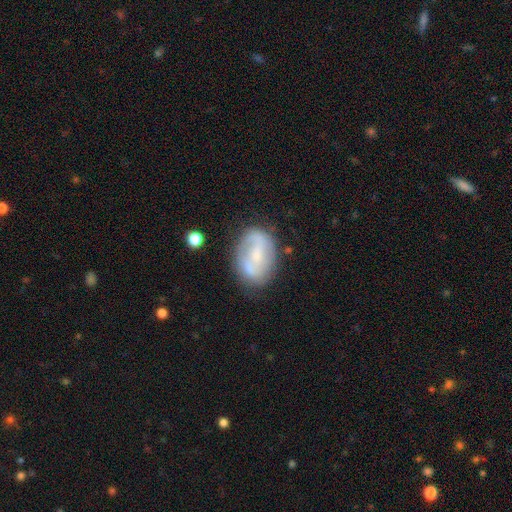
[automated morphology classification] This appears to be a featured or disk galaxy (63%) with a weak bar (43%), spiral arms (70%) and a small central bulge (59%). Merging: none (72%).